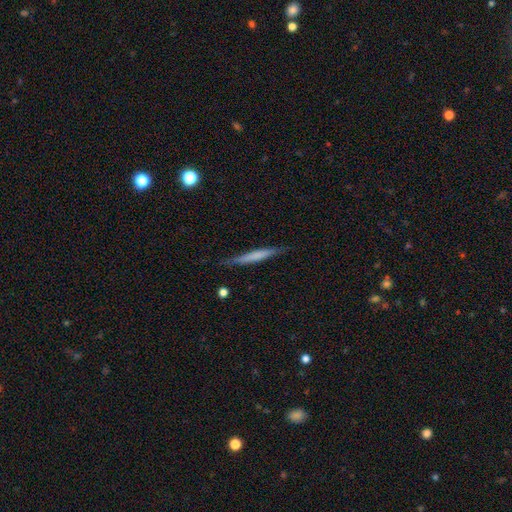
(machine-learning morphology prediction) Smooth or featured? Predicted: smooth (p=0.54). How rounded? Predicted: cigar-shaped (p=0.96). Merging? Predicted: none (p=0.84).